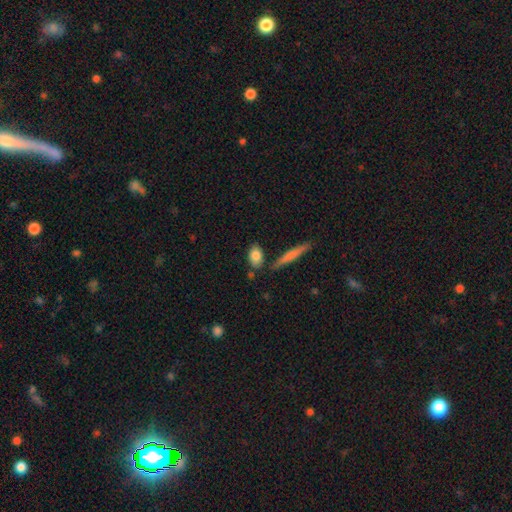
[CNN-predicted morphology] smooth 82%, featured or disk 12%, star or artifact 7%. Down the decision tree: how rounded — in between (79%); merging — none (74%).